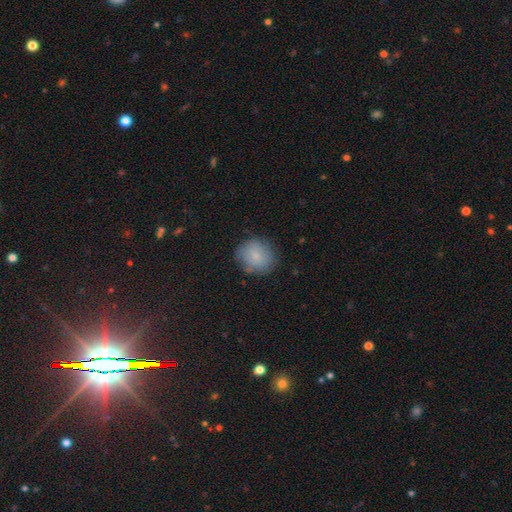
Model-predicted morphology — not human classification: smooth_or_featured: smooth (p=0.75) [alt: featured or disk p=0.16]
how_rounded: round (p=0.82) [alt: in between p=0.17]
merging: none (p=0.77) [alt: minor disturbance p=0.17]